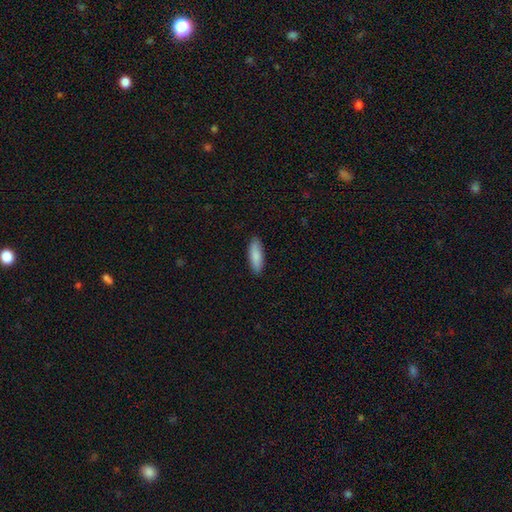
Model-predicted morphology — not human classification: smooth-or-featured: smooth: 88% | featured or disk: 6% | star or artifact: 5%
  how-rounded: in between: 53% | cigar-shaped: 45% | round: 2%
  merging: none: 89% | minor disturbance: 8% | major disturbance: 2% | merger: 1%